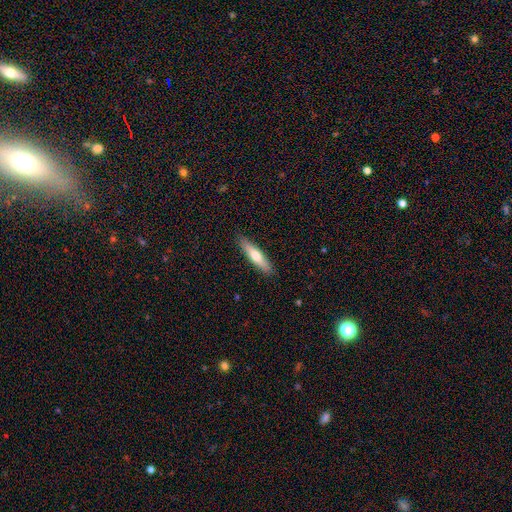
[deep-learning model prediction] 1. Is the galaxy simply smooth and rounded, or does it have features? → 65% smooth, 29% featured or disk, 5% star or artifact.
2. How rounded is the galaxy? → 79% cigar-shaped, 19% in between, 1% round.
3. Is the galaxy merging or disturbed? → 89% none, 8% minor disturbance, 2% major disturbance, 1% merger.